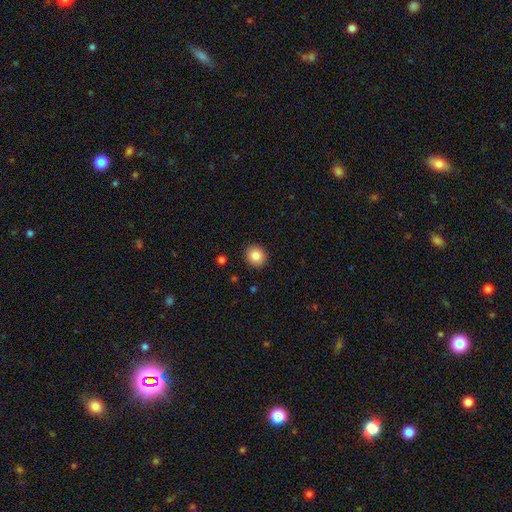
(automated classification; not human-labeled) smooth_or_featured: smooth (p=0.85) [alt: star or artifact p=0.09]
how_rounded: round (p=0.83) [alt: in between p=0.16]
merging: none (p=0.91) [alt: minor disturbance p=0.06]